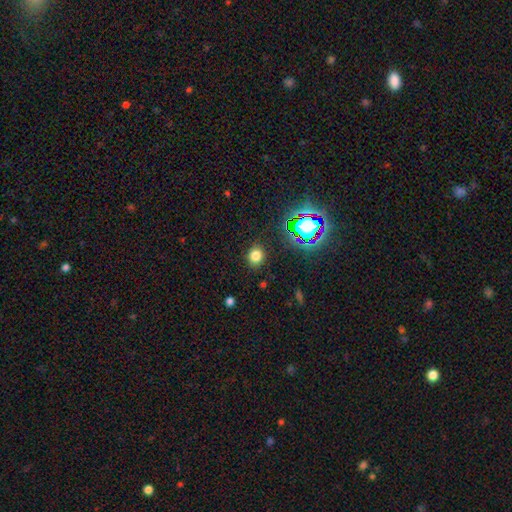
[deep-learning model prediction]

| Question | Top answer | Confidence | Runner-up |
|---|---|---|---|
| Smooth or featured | smooth | 75% | star or artifact (19%) |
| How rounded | round | 68% | in between (31%) |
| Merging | none | 87% | minor disturbance (8%) |